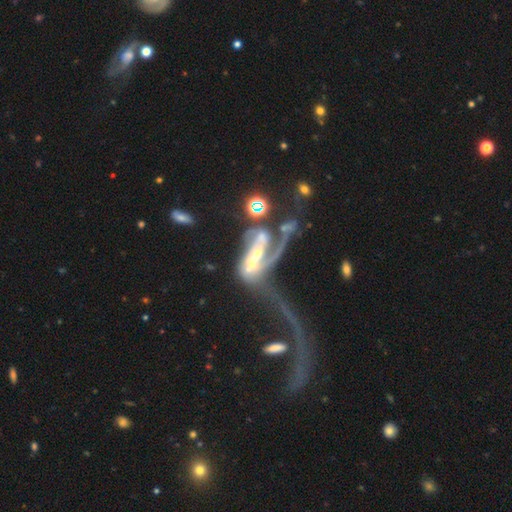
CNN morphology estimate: type=featured or disk (77%); edge-on=no (90%); bar=strong (38%); spiral arms=yes (72%); bulge=small (41%); merging=merger (42%).